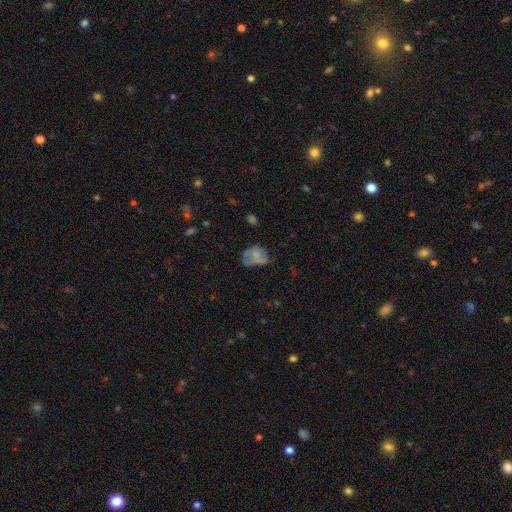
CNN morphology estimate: A smooth galaxy with no disk features (59%) that is in between round and cigar-shaped (63%). Merging: none (36%).